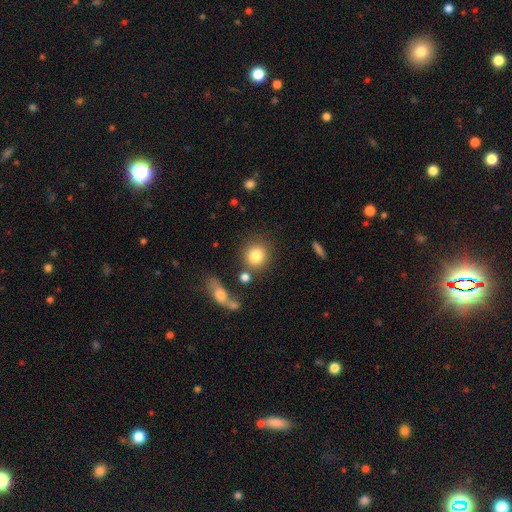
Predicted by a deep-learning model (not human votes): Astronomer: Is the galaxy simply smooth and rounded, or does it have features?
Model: smooth — 82%.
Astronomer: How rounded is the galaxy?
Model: round — 84%.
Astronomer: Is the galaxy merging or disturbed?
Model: none — 76%.